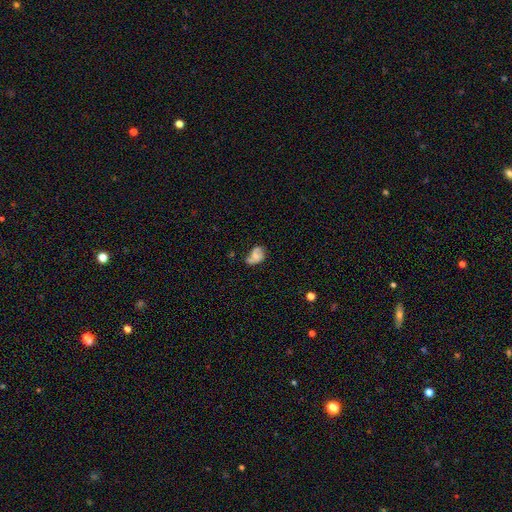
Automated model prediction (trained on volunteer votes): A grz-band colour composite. It shows a featured or disk galaxy (46%). Merging: none (39%).